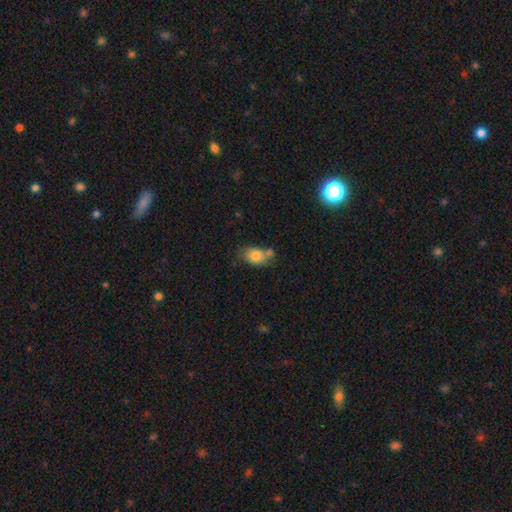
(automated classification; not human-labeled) A smooth galaxy with no disk features (80%) that is in between round and cigar-shaped (80%).

Vote fractions:
- Smooth or featured? smooth: 80% / featured or disk: 12% / star or artifact: 8%
- How rounded? in between: 80% / round: 18% / cigar-shaped: 2%
- Merging? none: 49% / merger: 26% / minor disturbance: 19% / major disturbance: 5%